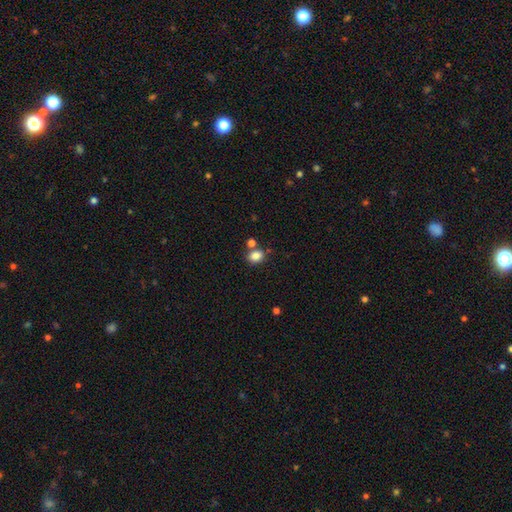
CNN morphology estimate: A smooth galaxy with no disk features (83%) that is in between round and cigar-shaped (58%).

Vote fractions:
- Smooth or featured? smooth: 83% / star or artifact: 11% / featured or disk: 6%
- How rounded? in between: 58% / round: 41% / cigar-shaped: 1%
- Merging? none: 66% / merger: 18% / minor disturbance: 13% / major disturbance: 4%